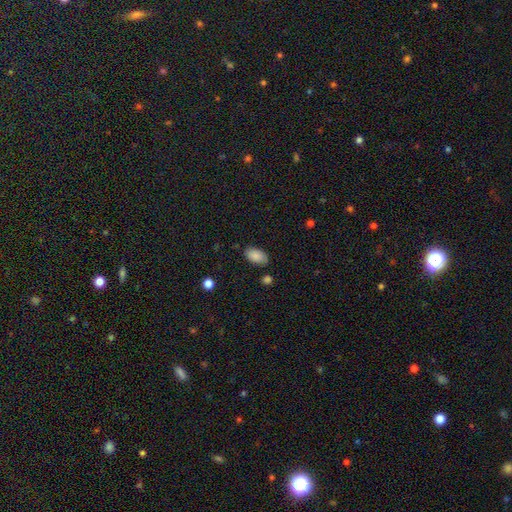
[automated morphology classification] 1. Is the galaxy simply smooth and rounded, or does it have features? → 87% smooth, 8% star or artifact, 6% featured or disk.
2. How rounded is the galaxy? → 93% in between, 5% round, 2% cigar-shaped.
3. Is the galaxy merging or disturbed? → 79% none, 15% minor disturbance, 3% major disturbance, 3% merger.